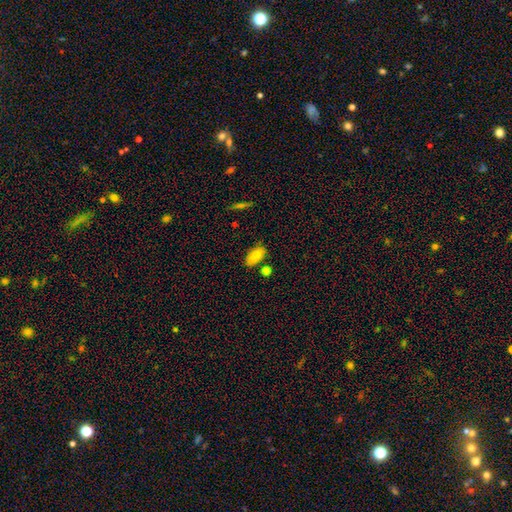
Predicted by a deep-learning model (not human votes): Q: Smooth or featured?
A: smooth (83%); runner-up: featured or disk (9%)
Q: How rounded?
A: in between (92%); runner-up: cigar-shaped (4%)
Q: Merging?
A: none (77%); runner-up: minor disturbance (14%)